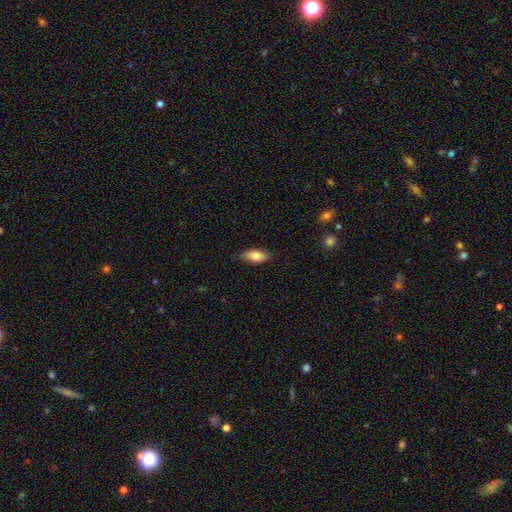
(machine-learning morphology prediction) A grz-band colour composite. It shows a smooth galaxy with no disk features (79%) that is in between round and cigar-shaped (86%). Merging: none (79%).